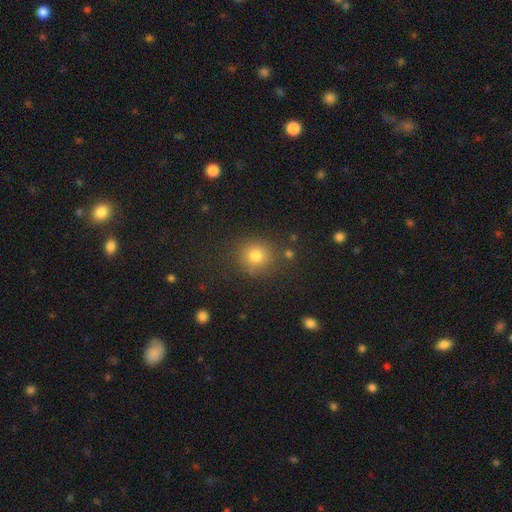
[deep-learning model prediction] A smooth galaxy with no disk features (78%) that is round (88%).

Vote fractions:
- Smooth or featured? smooth: 78% / star or artifact: 15% / featured or disk: 7%
- How rounded? round: 88% / in between: 11% / cigar-shaped: 1%
- Merging? none: 82% / minor disturbance: 11% / merger: 4% / major disturbance: 4%